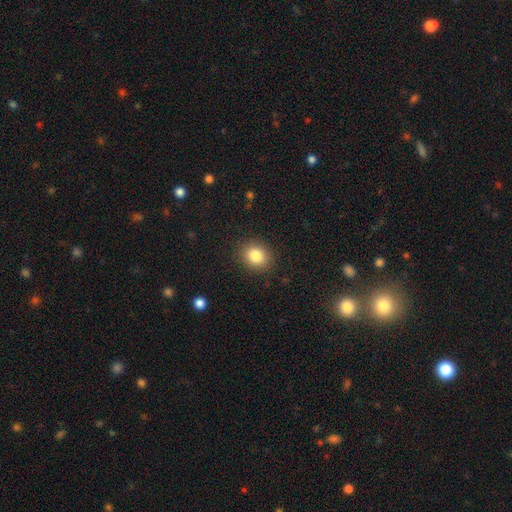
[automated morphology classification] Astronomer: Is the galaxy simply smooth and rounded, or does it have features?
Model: smooth — 83%.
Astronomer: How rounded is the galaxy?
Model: round — 69%.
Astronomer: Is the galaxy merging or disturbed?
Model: none — 89%.